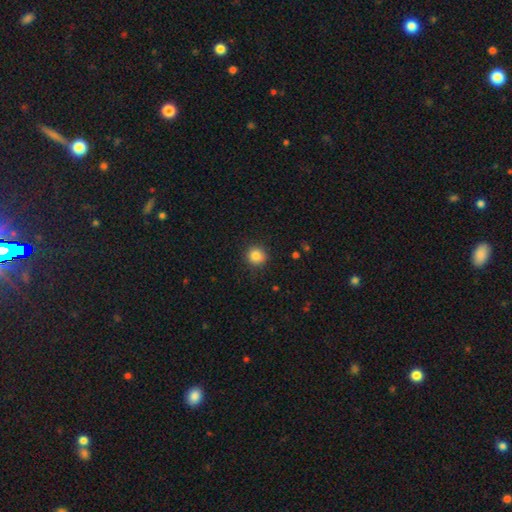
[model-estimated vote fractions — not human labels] Morphology: type=smooth (84%); roundness=round (92%); merging=none (89%).